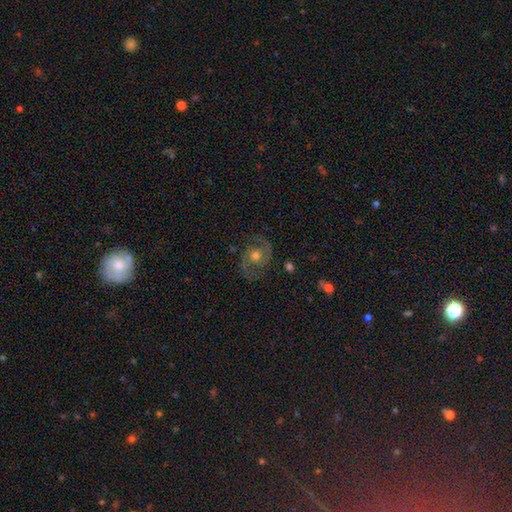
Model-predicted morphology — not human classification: featured or disk 83%, smooth 10%, star or artifact 7%. Down the decision tree: edge-on disk — no (97%); bar — no (75%); spiral arms — yes (93%); spiral arm count — 2 (90%); spiral winding — medium (52%); bulge size — moderate (71%); merging — none (78%).